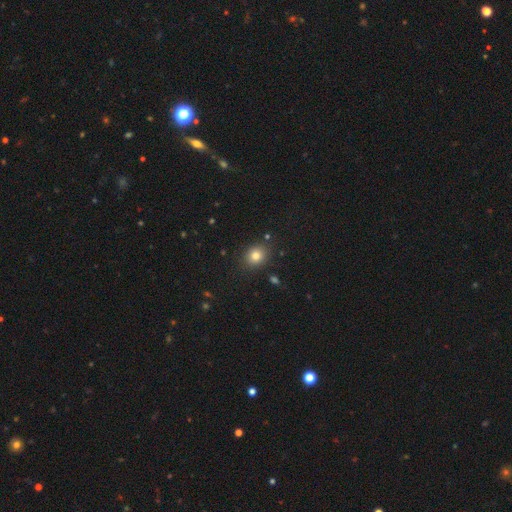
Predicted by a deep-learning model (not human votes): A smooth galaxy with no disk features (80%) that is round (59%).

Vote fractions:
- Smooth or featured? smooth: 80% / star or artifact: 12% / featured or disk: 8%
- How rounded? round: 59% / in between: 40% / cigar-shaped: 1%
- Merging? none: 86% / minor disturbance: 9% / major disturbance: 3% / merger: 2%